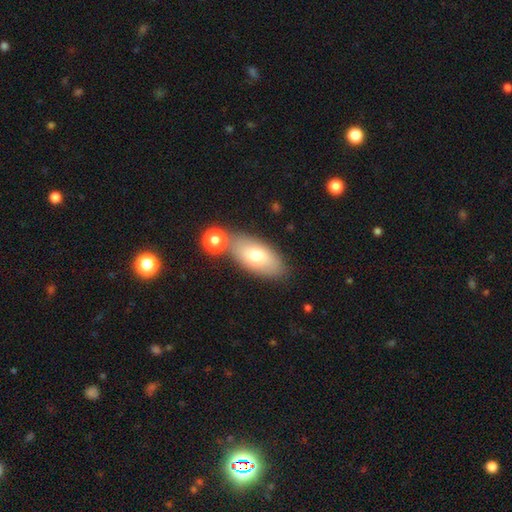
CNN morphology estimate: Smooth or featured? Predicted: smooth (p=0.71). How rounded? Predicted: in between (p=0.89). Merging? Predicted: none (p=0.66).